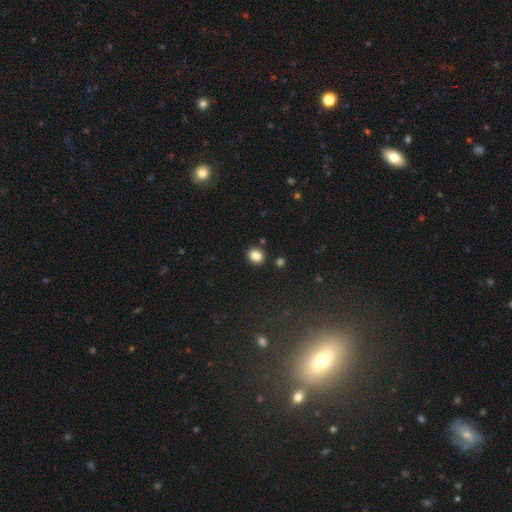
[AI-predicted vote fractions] Q: Smooth or featured?
A: smooth (85%); runner-up: star or artifact (11%)
Q: How rounded?
A: round (78%); runner-up: in between (21%)
Q: Merging?
A: none (87%); runner-up: minor disturbance (7%)